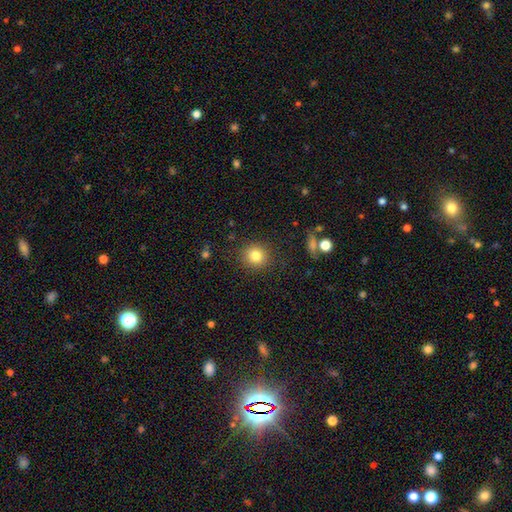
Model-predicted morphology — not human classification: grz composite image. It shows a smooth galaxy with no disk features (81%) that is round (89%). Merging: none (88%).